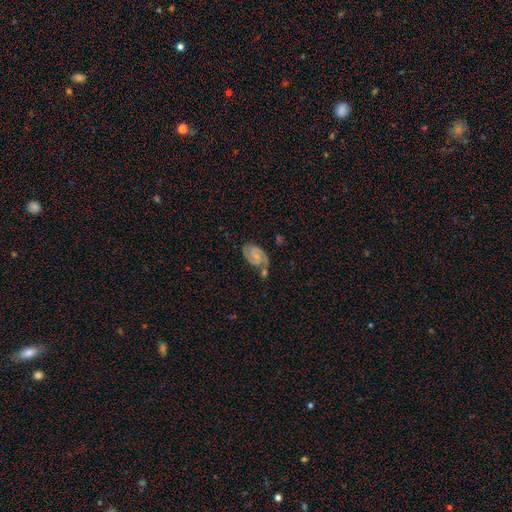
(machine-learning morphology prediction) This is likely a featured or disk galaxy (78%). It is clearly not viewed edge-on (97%). Bar: possibly no (56%). Spiral arm pattern: clearly yes (95%). Spiral arm count: clearly 2 (86%). Spiral winding: possibly tight (45%). Central bulge: possibly small (58%). Merging: possibly none (50%).